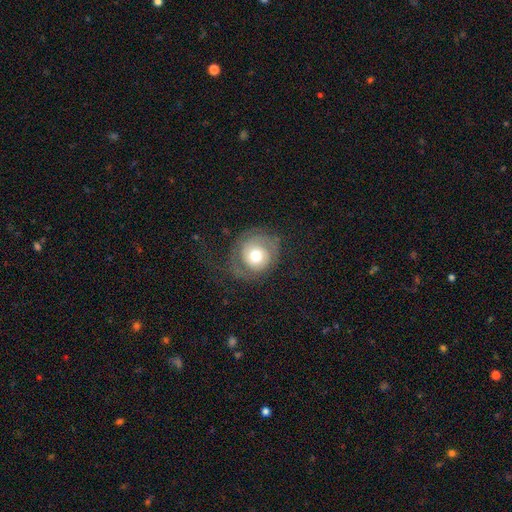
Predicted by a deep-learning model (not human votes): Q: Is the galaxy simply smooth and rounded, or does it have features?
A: featured or disk — 52%.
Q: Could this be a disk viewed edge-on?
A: no — 97%.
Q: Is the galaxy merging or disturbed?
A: none — 59%.